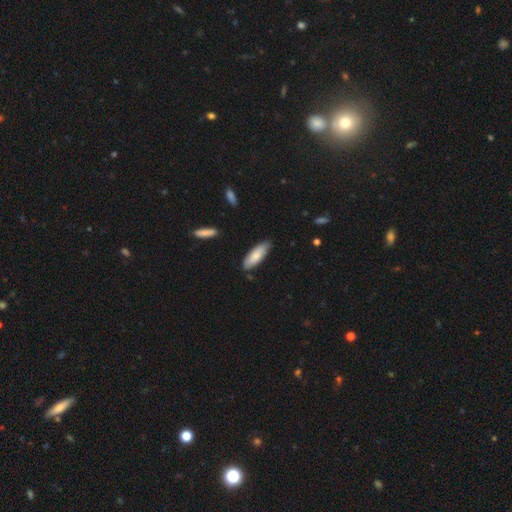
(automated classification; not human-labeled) This appears to be a smooth galaxy with no disk features (81%) that is in between round and cigar-shaped (56%). Merging: none (82%).